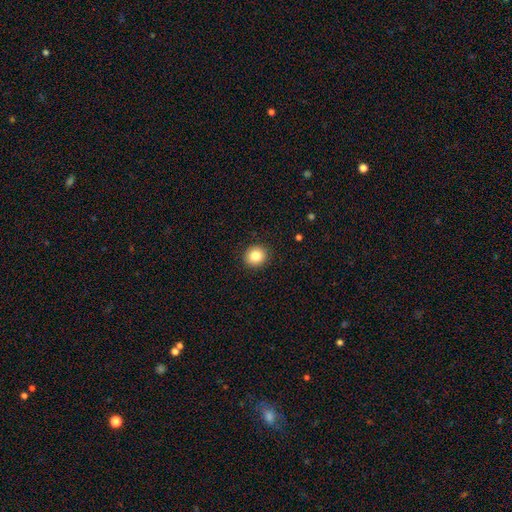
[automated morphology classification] smooth_or_featured: smooth (p=0.84) [alt: star or artifact p=0.10]
how_rounded: round (p=0.84) [alt: in between p=0.15]
merging: none (p=0.91) [alt: minor disturbance p=0.06]